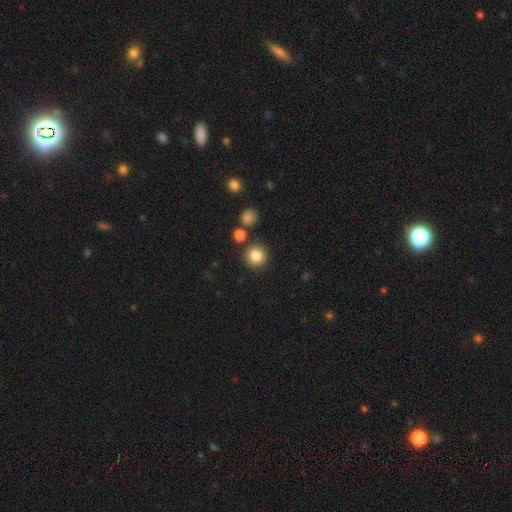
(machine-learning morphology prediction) A smooth galaxy with no disk features (84%) that is round (94%).

Vote fractions:
- Smooth or featured? smooth: 84% / star or artifact: 10% / featured or disk: 6%
- How rounded? round: 94% / in between: 5% / cigar-shaped: 1%
- Merging? none: 85% / minor disturbance: 7% / merger: 5% / major disturbance: 2%